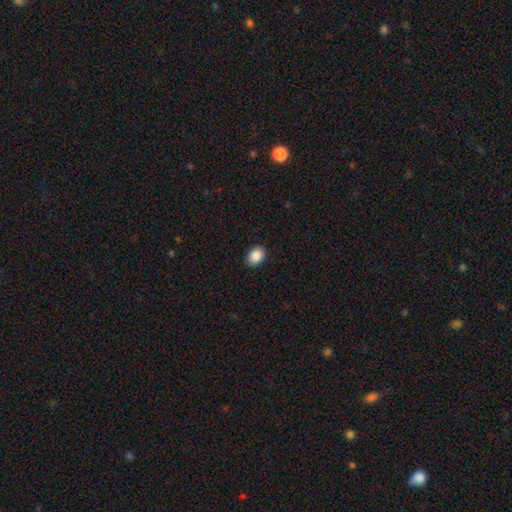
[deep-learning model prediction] Smooth or featured? smooth (89%)
How rounded? in between (78%)
Merging? none (89%)